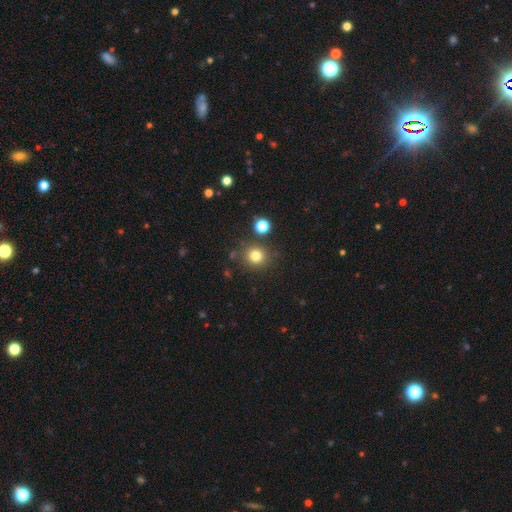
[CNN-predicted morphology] This appears to be a smooth galaxy with no disk features (80%) that is round (90%). Merging: none (82%).